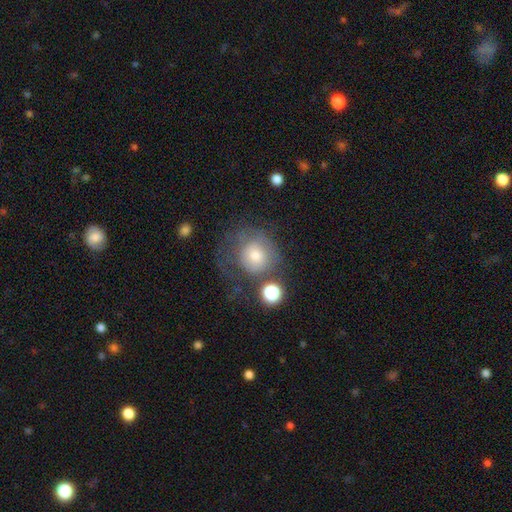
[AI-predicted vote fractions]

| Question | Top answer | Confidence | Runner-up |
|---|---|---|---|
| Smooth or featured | smooth | 59% | featured or disk (30%) |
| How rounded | round | 83% | in between (16%) |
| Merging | none | 41% | major disturbance (29%) |